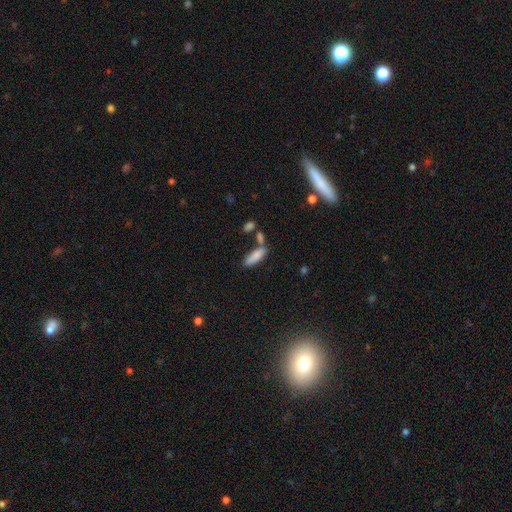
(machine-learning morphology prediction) smooth 84%, featured or disk 9%, star or artifact 7%. Down the decision tree: how rounded — in between (52%); merging — none (66%).